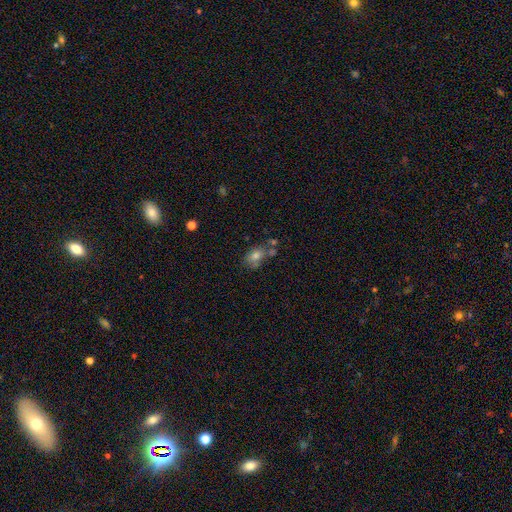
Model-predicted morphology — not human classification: smooth_or_featured: smooth (p=0.70) [alt: featured or disk p=0.18]
how_rounded: in between (p=0.72) [alt: round p=0.26]
merging: none (p=0.47) [alt: merger p=0.25]